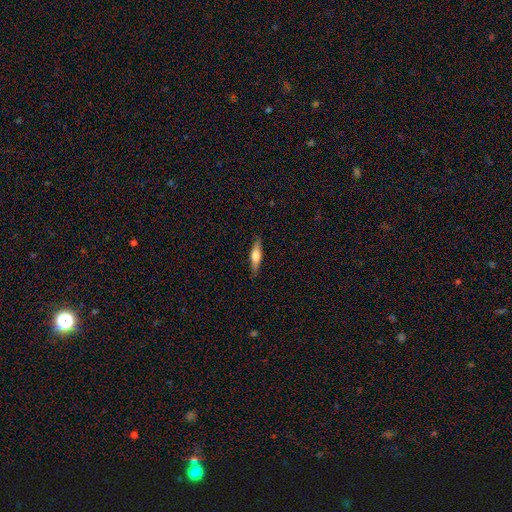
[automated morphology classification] smooth-or-featured: smooth: 48% | featured or disk: 46% | star or artifact: 6%
  merging: none: 87% | minor disturbance: 10% | major disturbance: 2% | merger: 1%